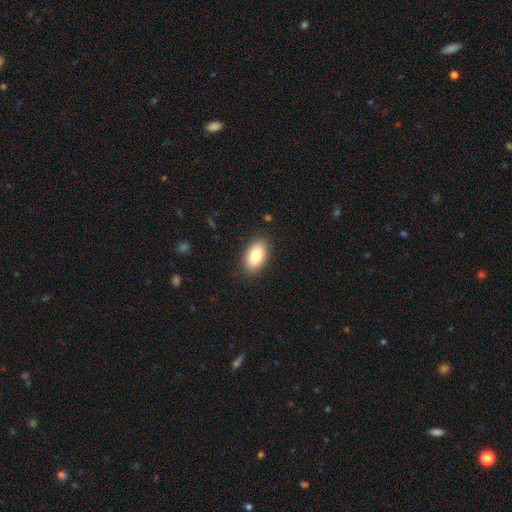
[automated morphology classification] smooth_or_featured: smooth (p=0.83) [alt: featured or disk p=0.10]
how_rounded: in between (p=0.93) [alt: round p=0.06]
merging: none (p=0.87) [alt: minor disturbance p=0.09]